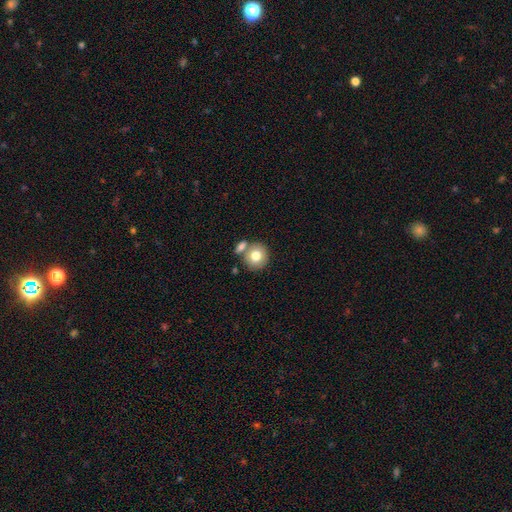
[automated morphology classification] This appears to be a smooth galaxy with no disk features (77%) that is round (87%). Merging: none (58%).